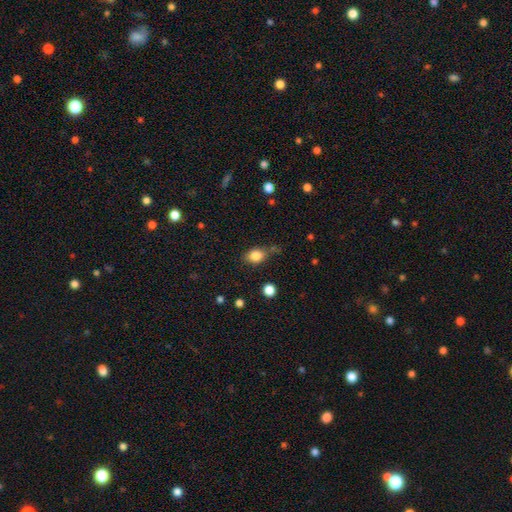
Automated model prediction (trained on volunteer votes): Q: Smooth or featured?
A: smooth (83%); runner-up: star or artifact (10%)
Q: How rounded?
A: in between (65%); runner-up: round (33%)
Q: Merging?
A: none (65%); runner-up: minor disturbance (22%)